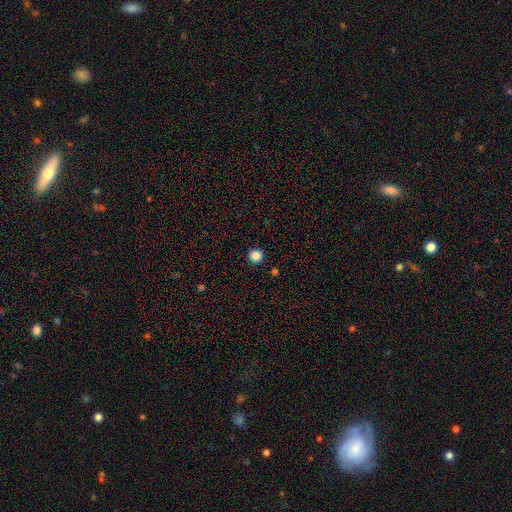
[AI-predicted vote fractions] Smooth or featured? Predicted: smooth (p=0.86). How rounded? Predicted: round (p=0.95). Merging? Predicted: none (p=0.93).